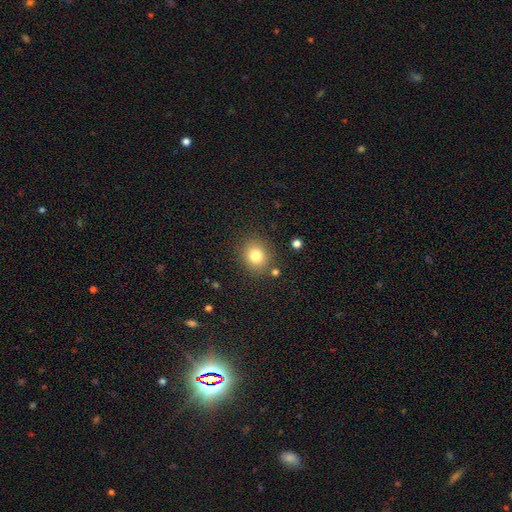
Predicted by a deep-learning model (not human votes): smooth 80%, star or artifact 12%, featured or disk 8%. Down the decision tree: how rounded — round (73%); merging — none (84%).